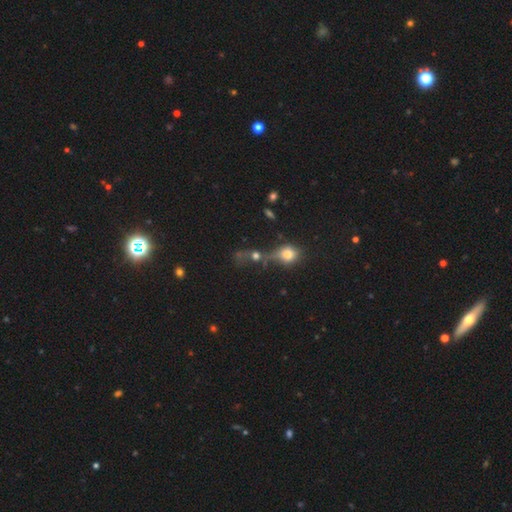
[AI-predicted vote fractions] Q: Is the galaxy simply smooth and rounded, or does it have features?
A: smooth — 52%.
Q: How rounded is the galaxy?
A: round — 62%.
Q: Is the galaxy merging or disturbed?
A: merger — 45%.